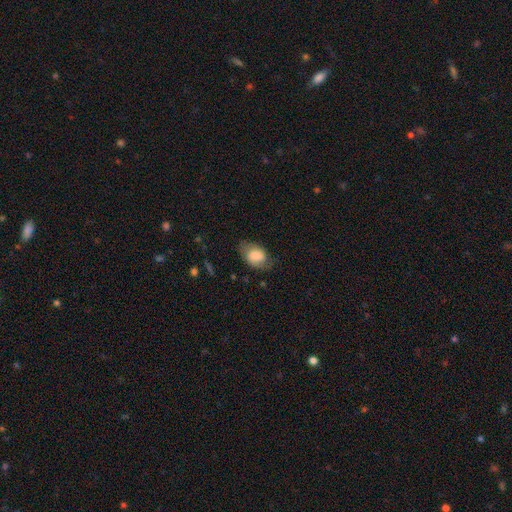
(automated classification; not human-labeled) Q: Smooth or featured?
A: smooth (69%); runner-up: featured or disk (24%)
Q: How rounded?
A: in between (83%); runner-up: round (16%)
Q: Merging?
A: none (62%); runner-up: minor disturbance (27%)